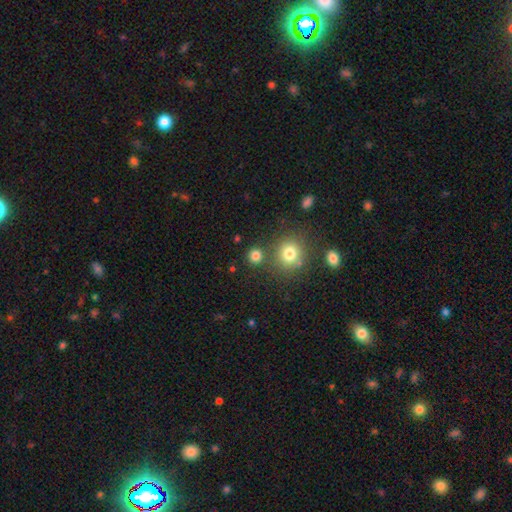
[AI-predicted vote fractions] Q: Smooth or featured?
A: smooth (79%); runner-up: star or artifact (15%)
Q: How rounded?
A: round (90%); runner-up: in between (9%)
Q: Merging?
A: none (79%); runner-up: merger (10%)